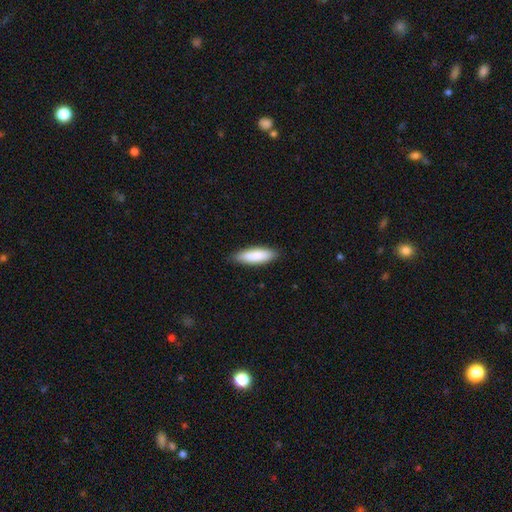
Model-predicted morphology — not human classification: This appears to be a smooth galaxy with no disk features (85%) that is in between round and cigar-shaped (52%). Merging: none (85%).